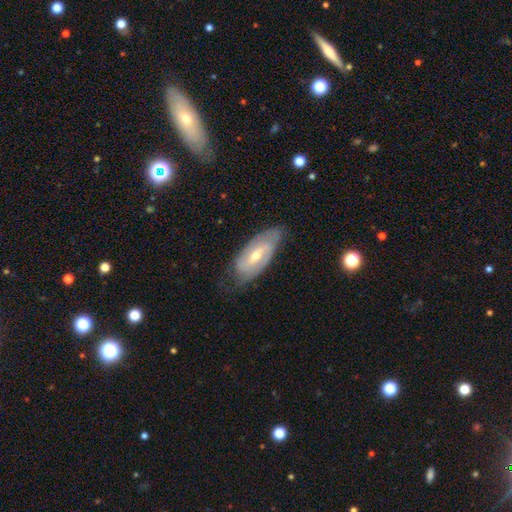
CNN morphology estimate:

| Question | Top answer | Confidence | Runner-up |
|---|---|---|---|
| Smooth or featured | featured or disk | 74% | smooth (21%) |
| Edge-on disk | no | 90% | yes (10%) |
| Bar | weak | 48% | strong (29%) |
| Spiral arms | yes | 86% | no (14%) |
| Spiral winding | tight | 40% | medium (39%) |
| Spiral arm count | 2 | 71% | can't tell (19%) |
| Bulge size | moderate | 52% | small (44%) |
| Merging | none | 70% | minor disturbance (23%) |